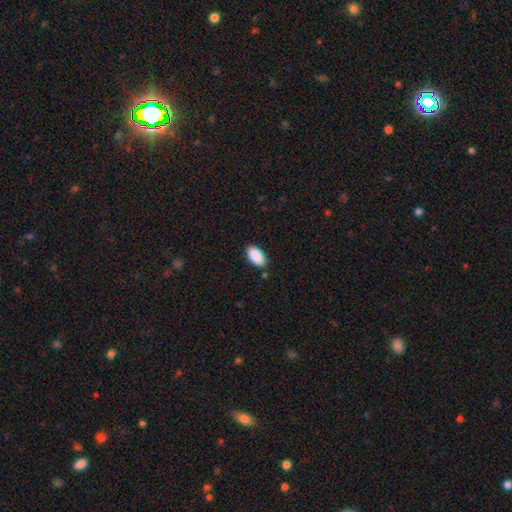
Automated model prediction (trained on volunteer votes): smooth 89%, star or artifact 6%, featured or disk 4%. Down the decision tree: how rounded — in between (94%); merging — none (86%).